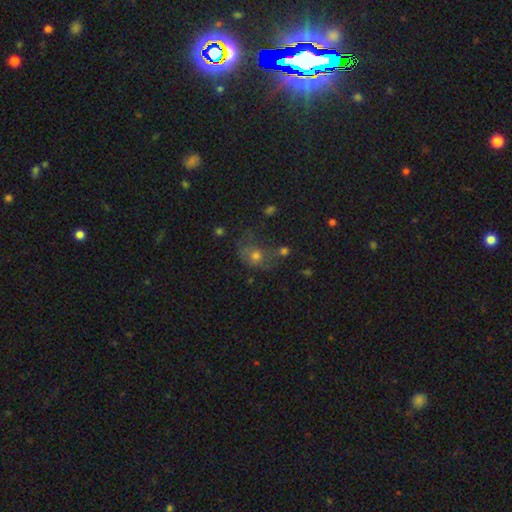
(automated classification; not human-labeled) A smooth galaxy with no disk features (54%) that is round (58%). Merging: none (41%).